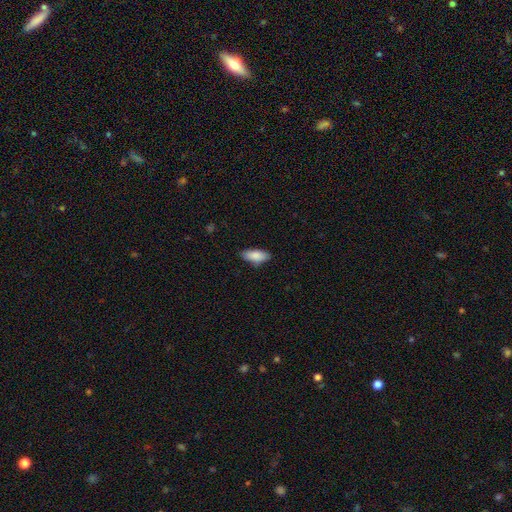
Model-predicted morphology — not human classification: Q: Smooth or featured?
A: smooth (87%); runner-up: featured or disk (7%)
Q: How rounded?
A: in between (85%); runner-up: cigar-shaped (12%)
Q: Merging?
A: none (82%); runner-up: minor disturbance (14%)